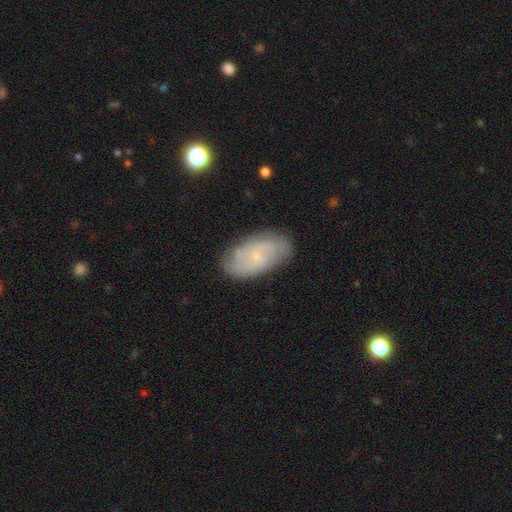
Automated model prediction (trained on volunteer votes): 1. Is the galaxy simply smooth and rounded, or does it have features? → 63% featured or disk, 29% smooth, 8% star or artifact.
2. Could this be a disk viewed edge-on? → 95% no, 5% yes.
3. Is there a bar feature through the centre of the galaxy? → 58% no, 36% weak, 5% strong.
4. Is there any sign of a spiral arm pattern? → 89% yes, 11% no.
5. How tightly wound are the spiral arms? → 42% medium, 39% tight, 19% loose.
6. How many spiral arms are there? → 50% 2, 31% can't tell, 9% 3, 4% 4, 3% 1, 3% more than 4.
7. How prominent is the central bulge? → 77% small, 11% none, 10% moderate, 1% large, 1% dominant.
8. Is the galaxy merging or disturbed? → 80% none, 15% minor disturbance, 4% major disturbance, 1% merger.